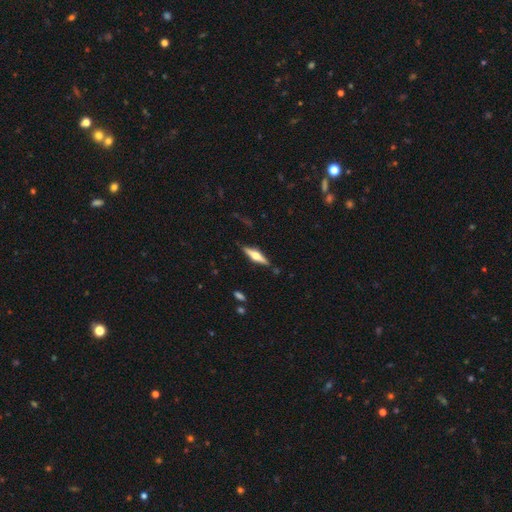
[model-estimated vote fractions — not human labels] A featured or disk galaxy (68%) viewed edge-on (96%) with a rounded central bulge (93%).

Vote fractions:
- Smooth or featured? featured or disk: 68% / smooth: 27% / star or artifact: 6%
- Edge-on disk? yes: 96% / no: 4%
- Edge-on bulge? rounded: 93% / boxy: 5% / none: 2%
- Merging? none: 86% / minor disturbance: 10% / major disturbance: 2% / merger: 2%